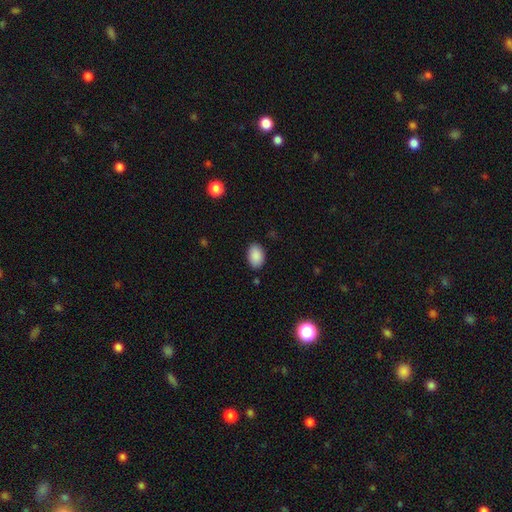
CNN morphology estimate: Smooth or featured? smooth (89%)
How rounded? in between (88%)
Merging? none (85%)